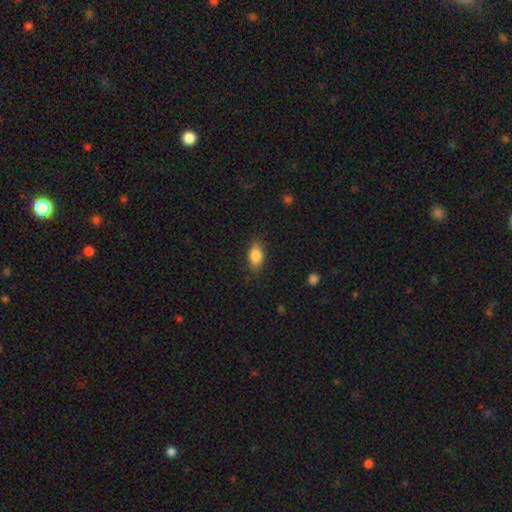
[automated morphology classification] This is clearly a smooth galaxy (84%). How rounded: clearly in between (86%). Merging: clearly none (81%).